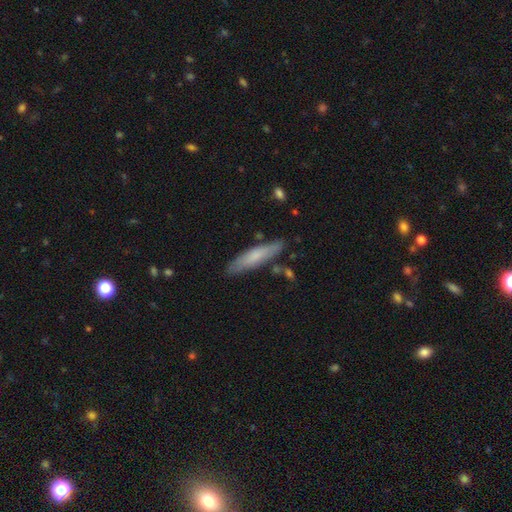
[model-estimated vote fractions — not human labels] smooth-or-featured: smooth: 65% | featured or disk: 29% | star or artifact: 6%
  how-rounded: cigar-shaped: 81% | in between: 18% | round: 1%
  merging: none: 82% | minor disturbance: 13% | merger: 3% | major disturbance: 2%